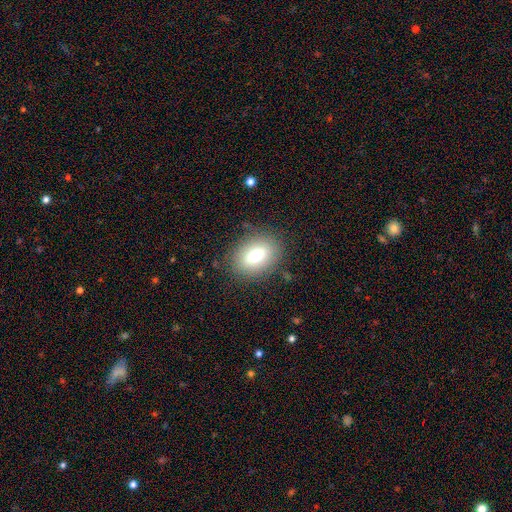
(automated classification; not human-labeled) smooth 71%, featured or disk 18%, star or artifact 11%. Down the decision tree: how rounded — in between (74%); merging — none (83%).